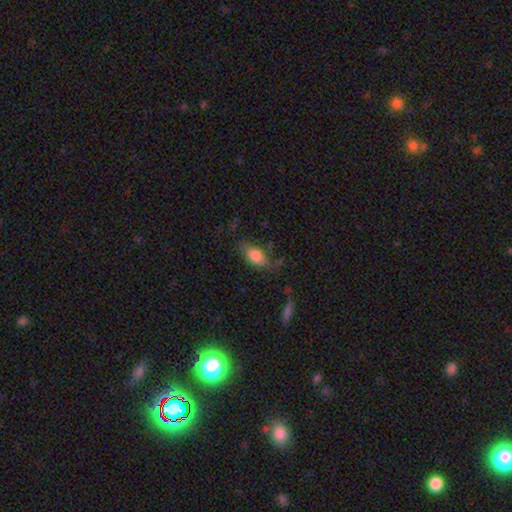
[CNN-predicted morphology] Q: Smooth or featured?
A: smooth (78%); runner-up: featured or disk (14%)
Q: How rounded?
A: in between (88%); runner-up: cigar-shaped (6%)
Q: Merging?
A: none (52%); runner-up: minor disturbance (28%)